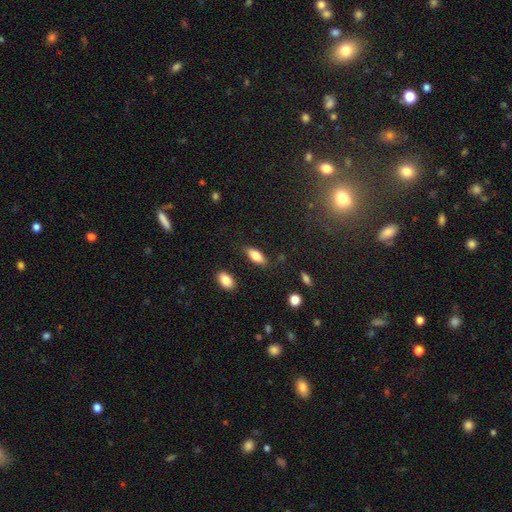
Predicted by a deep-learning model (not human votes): Smooth or featured?
  - smooth: 82% *
  - featured or disk: 11%
  - star or artifact: 7%
How rounded?
  - in between: 83% *
  - cigar-shaped: 14%
  - round: 2%
Merging?
  - none: 82% *
  - minor disturbance: 12%
  - major disturbance: 3%
  - merger: 3%